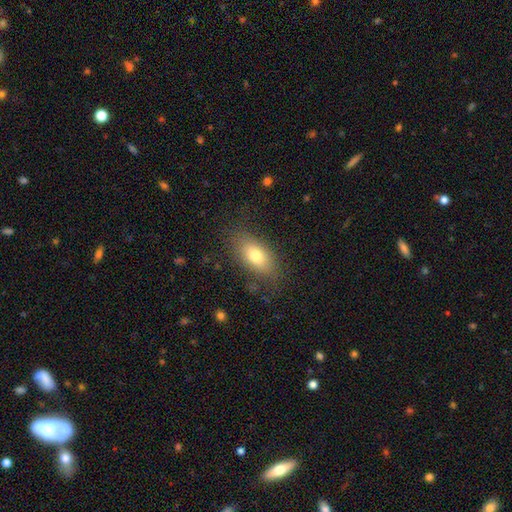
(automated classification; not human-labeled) smooth 74%, featured or disk 17%, star or artifact 9%. Down the decision tree: how rounded — in between (86%); merging — none (79%).